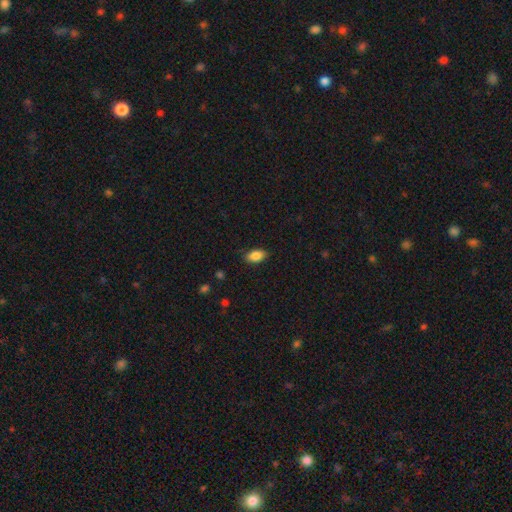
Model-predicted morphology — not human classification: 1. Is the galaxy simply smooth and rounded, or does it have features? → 86% smooth, 8% star or artifact, 6% featured or disk.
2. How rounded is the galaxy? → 91% in between, 5% round, 3% cigar-shaped.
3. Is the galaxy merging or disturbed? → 86% none, 11% minor disturbance, 2% major disturbance, 1% merger.